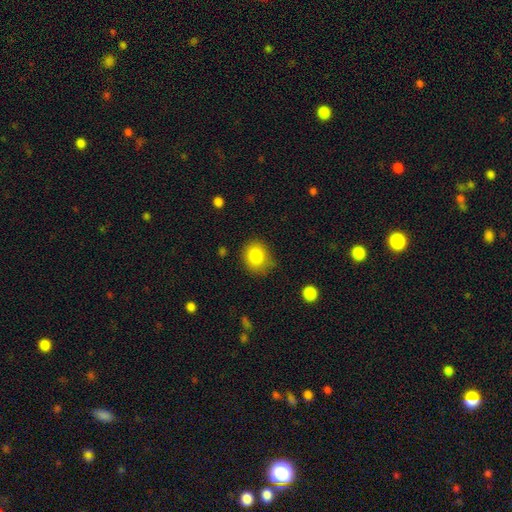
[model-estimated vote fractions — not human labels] smooth-or-featured: smooth: 82% | star or artifact: 10% | featured or disk: 8%
  how-rounded: round: 67% | in between: 32% | cigar-shaped: 1%
  merging: none: 71% | minor disturbance: 22% | major disturbance: 5% | merger: 2%